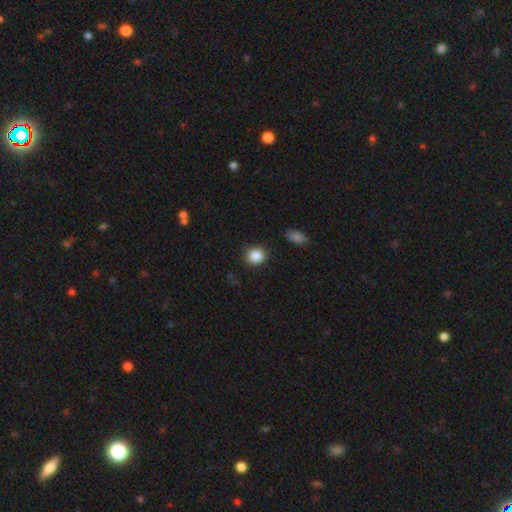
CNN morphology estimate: Smooth or featured? Predicted: smooth (p=0.87). How rounded? Predicted: round (p=0.75). Merging? Predicted: none (p=0.85).